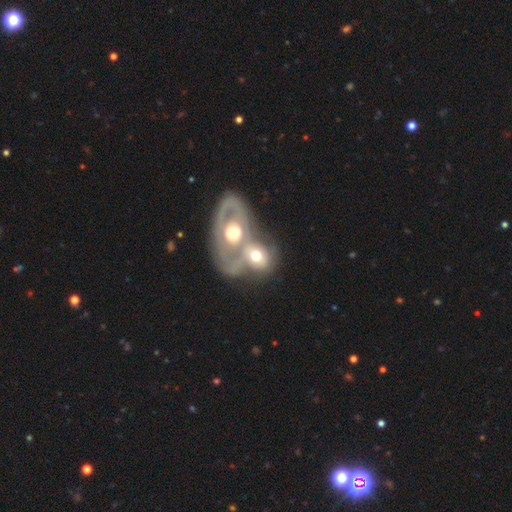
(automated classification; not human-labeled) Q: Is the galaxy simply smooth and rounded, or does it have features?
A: featured or disk — 60%.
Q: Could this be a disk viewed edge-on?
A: no — 94%.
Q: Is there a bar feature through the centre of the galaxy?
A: no — 83%.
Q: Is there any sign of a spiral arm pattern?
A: no — 63%.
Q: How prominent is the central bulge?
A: moderate — 70%.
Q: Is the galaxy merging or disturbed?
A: merger — 70%.